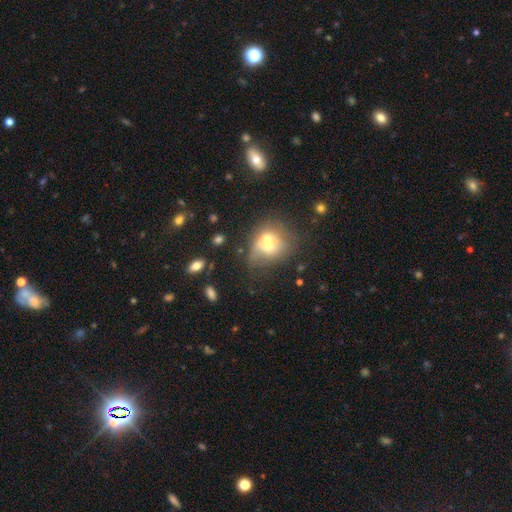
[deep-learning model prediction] A smooth galaxy with no disk features (58%) that is round (59%).

Vote fractions:
- Smooth or featured? smooth: 58% / featured or disk: 27% / star or artifact: 15%
- How rounded? round: 59% / in between: 39% / cigar-shaped: 2%
- Merging? merger: 51% / none: 27% / minor disturbance: 13% / major disturbance: 10%